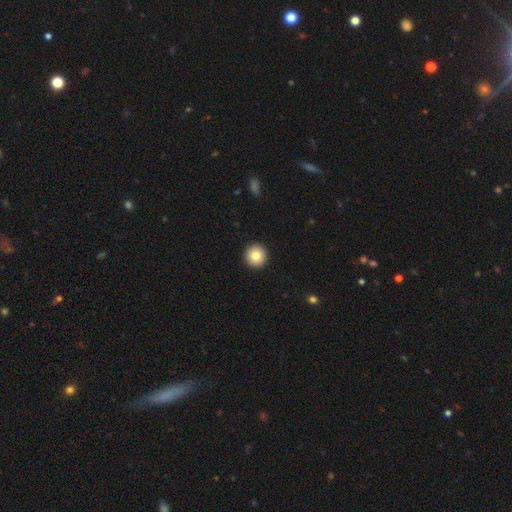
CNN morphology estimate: A smooth galaxy with no disk features (85%) that is round (95%).

Vote fractions:
- Smooth or featured? smooth: 85% / star or artifact: 8% / featured or disk: 7%
- How rounded? round: 95% / in between: 4% / cigar-shaped: 1%
- Merging? none: 93% / minor disturbance: 4% / major disturbance: 1% / merger: 1%